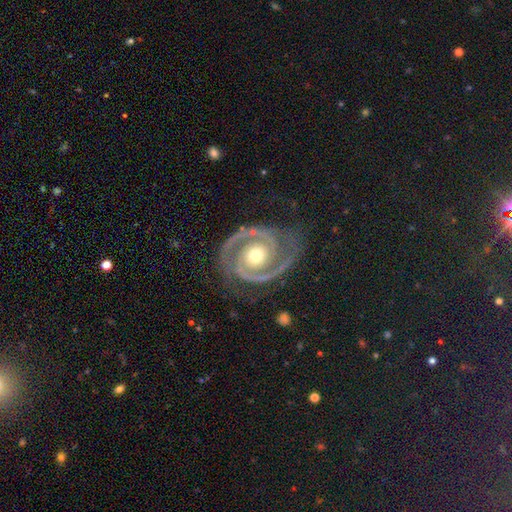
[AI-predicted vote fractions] This is clearly a featured or disk galaxy (93%). It is clearly not viewed edge-on (98%). Bar: likely no (74%). Spiral arm pattern: clearly yes (98%). Spiral arm count: clearly 2 (93%). Spiral winding: likely tight (63%). Central bulge: likely moderate (73%). Merging: likely none (79%).